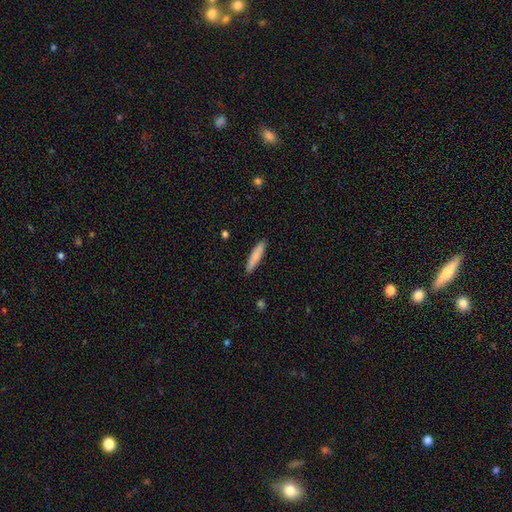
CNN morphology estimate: Overall: smooth (83%). How rounded: cigar-shaped (86%). Merging: none (90%).